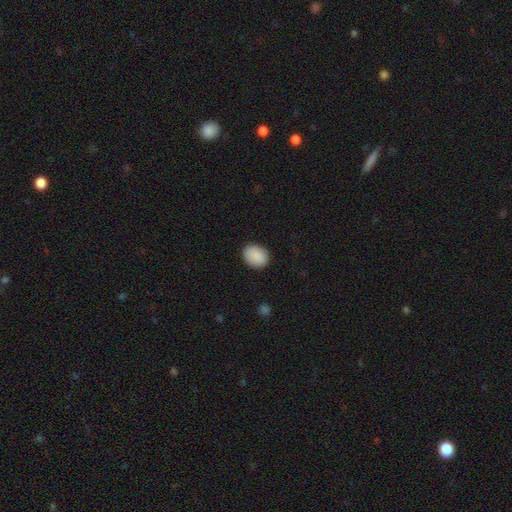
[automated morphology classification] Smooth or featured?
  - smooth: 90% *
  - star or artifact: 7%
  - featured or disk: 3%
How rounded?
  - in between: 57% *
  - round: 42%
  - cigar-shaped: 1%
Merging?
  - none: 87% *
  - minor disturbance: 10%
  - major disturbance: 2%
  - merger: 1%